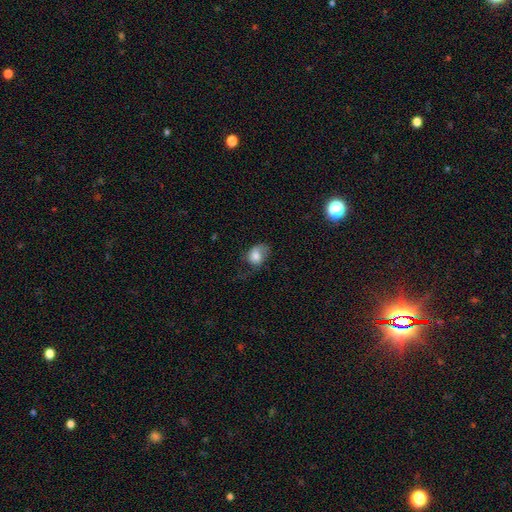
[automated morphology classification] Smooth or featured? smooth (74%)
How rounded? in between (63%)
Merging? none (39%)